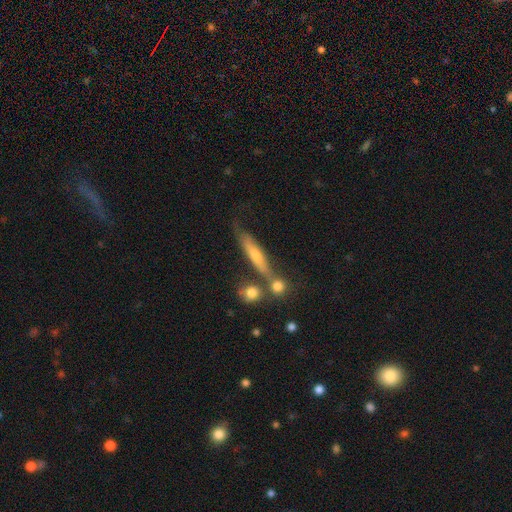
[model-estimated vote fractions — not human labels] The model was most divided on "smooth or featured": smooth: 47%, featured or disk: 45%, star or artifact: 8%. More confident: merging — none (57%).